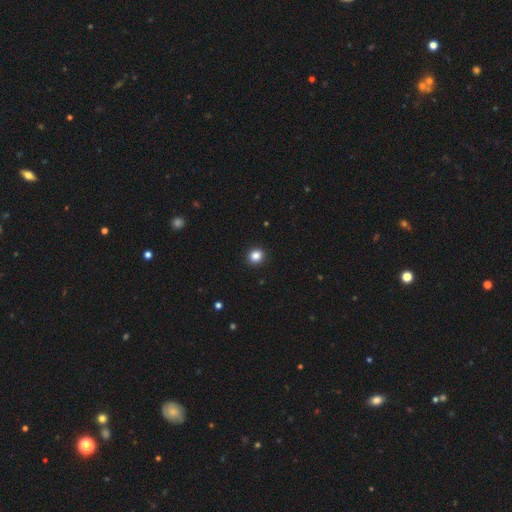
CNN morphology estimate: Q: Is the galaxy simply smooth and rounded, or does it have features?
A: smooth — 85%.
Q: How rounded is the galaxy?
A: round — 79%.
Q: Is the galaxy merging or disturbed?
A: none — 92%.